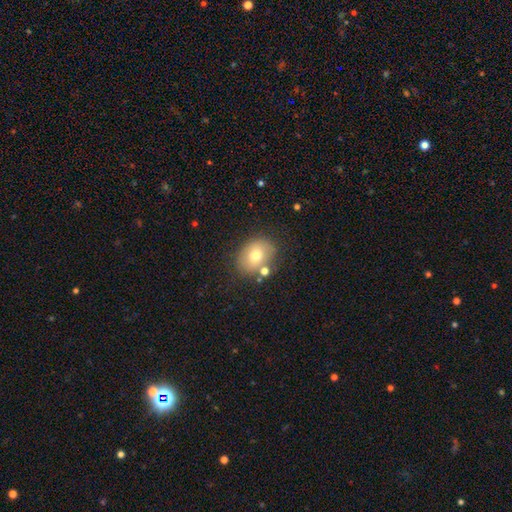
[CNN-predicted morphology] Overall: smooth (71%). How rounded: in between (56%; round 43%). Merging: none (72%).